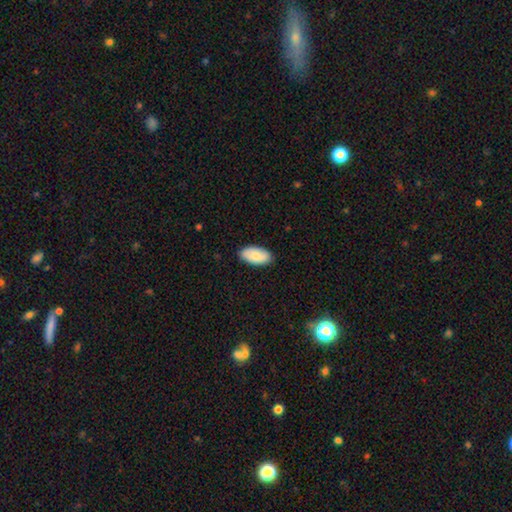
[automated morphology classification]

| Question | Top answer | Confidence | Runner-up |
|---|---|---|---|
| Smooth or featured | smooth | 81% | featured or disk (13%) |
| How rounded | in between | 95% | cigar-shaped (2%) |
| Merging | none | 86% | minor disturbance (11%) |